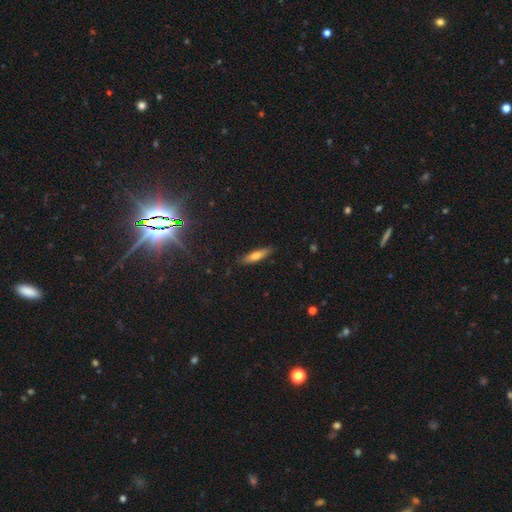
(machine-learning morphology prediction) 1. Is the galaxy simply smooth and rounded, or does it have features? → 68% smooth, 24% featured or disk, 8% star or artifact.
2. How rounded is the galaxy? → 70% cigar-shaped, 28% in between, 2% round.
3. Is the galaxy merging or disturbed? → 85% none, 11% minor disturbance, 2% major disturbance, 1% merger.